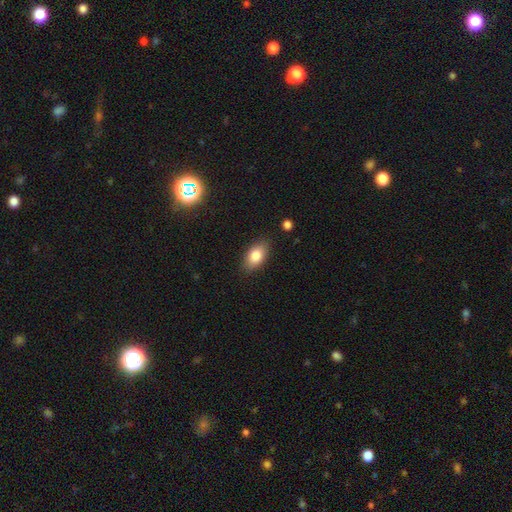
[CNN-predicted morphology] Smooth or featured: smooth — 83% (featured or disk — 9%)
How rounded: in between — 90% (round — 6%)
Merging: none — 86% (minor disturbance — 10%)